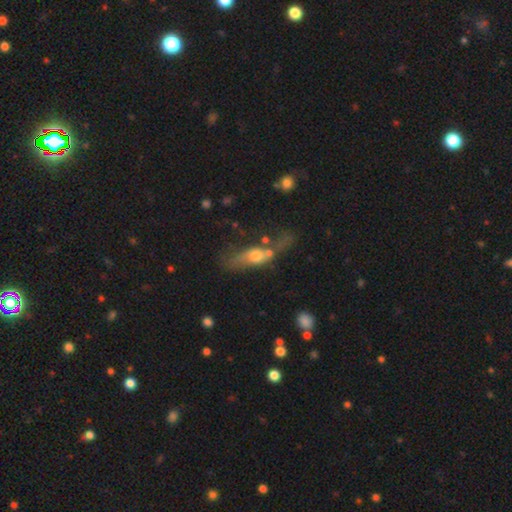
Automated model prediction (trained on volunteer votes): Morphology: type=smooth (47%); merging=none (33%).